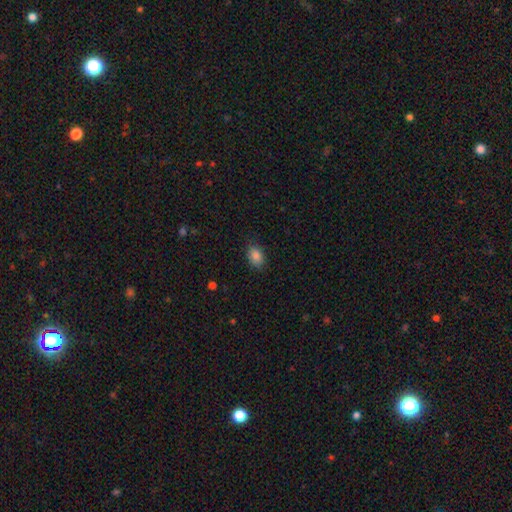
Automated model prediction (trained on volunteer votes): This is clearly a smooth galaxy (86%). How rounded: clearly in between (81%). Merging: clearly none (84%).